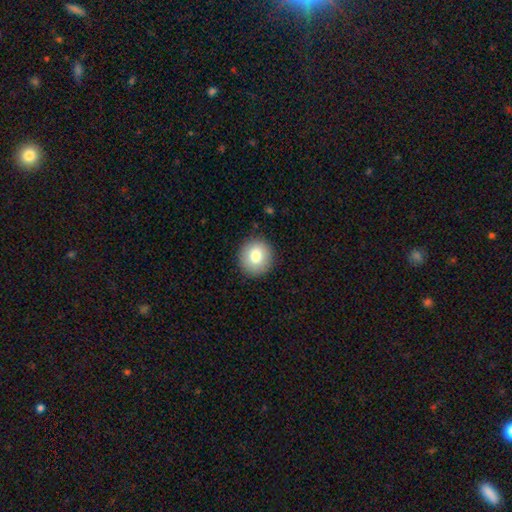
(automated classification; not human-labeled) A smooth galaxy with no disk features (81%) that is round (89%). Merging: none (90%).